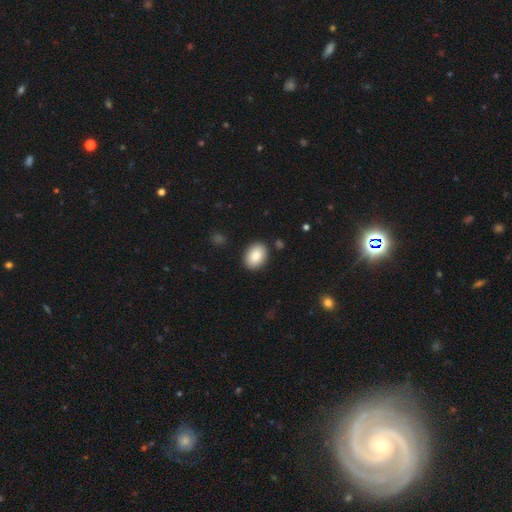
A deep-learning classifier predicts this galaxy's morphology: Smooth or featured?
  - smooth: 88% *
  - star or artifact: 7%
  - featured or disk: 5%
How rounded?
  - in between: 78% *
  - round: 21%
  - cigar-shaped: 1%
Merging?
  - none: 88% *
  - minor disturbance: 8%
  - major disturbance: 2%
  - merger: 2%